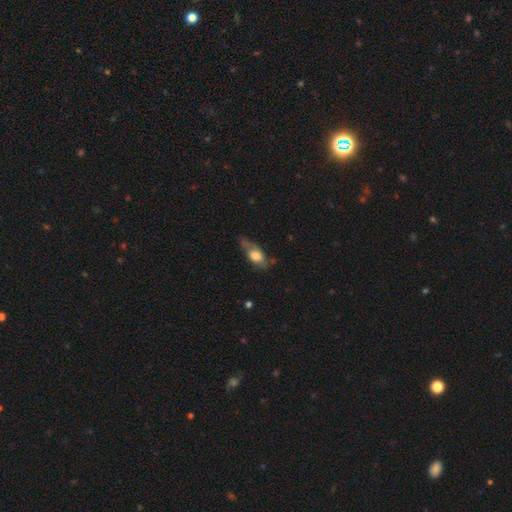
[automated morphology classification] The model was most divided on "merging": none: 40%, minor disturbance: 34%, major disturbance: 20%, merger: 5%. More confident: how rounded — in between (77%); smooth or featured — smooth (58%).